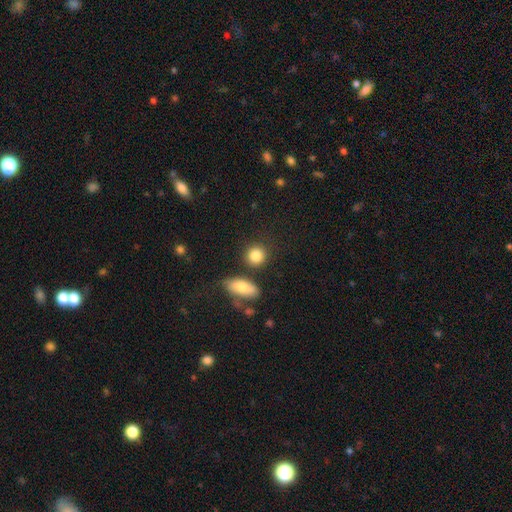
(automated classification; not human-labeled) smooth-or-featured: smooth: 85% | star or artifact: 8% | featured or disk: 7%
  how-rounded: round: 80% | in between: 18% | cigar-shaped: 2%
  merging: none: 75% | minor disturbance: 11% | merger: 10% | major disturbance: 4%